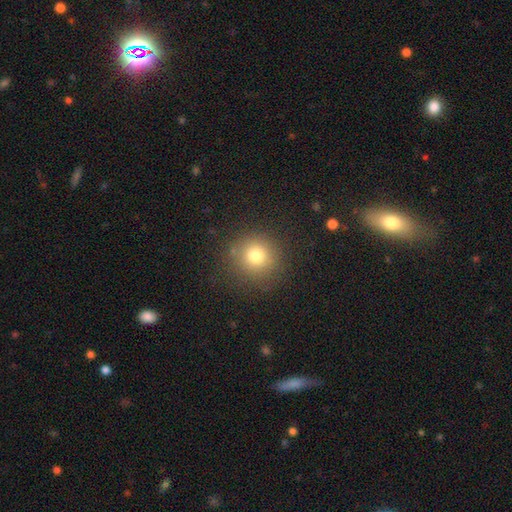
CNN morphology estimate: A smooth galaxy with no disk features (76%) that is round (93%). Merging: none (86%).